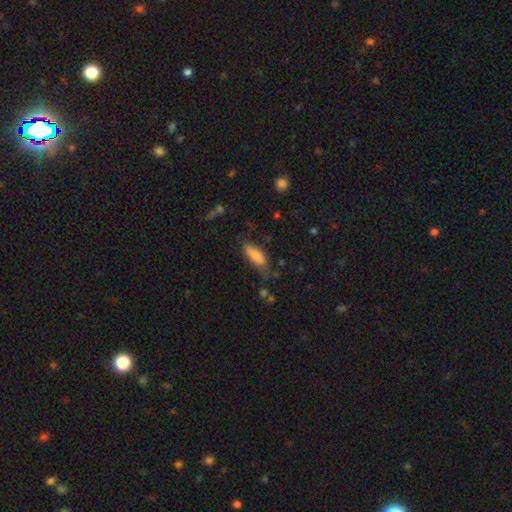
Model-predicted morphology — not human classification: The model was most divided on "merging": none: 62%, minor disturbance: 26%, major disturbance: 9%, merger: 4%. More confident: smooth or featured — smooth (83%); how rounded — in between (73%).